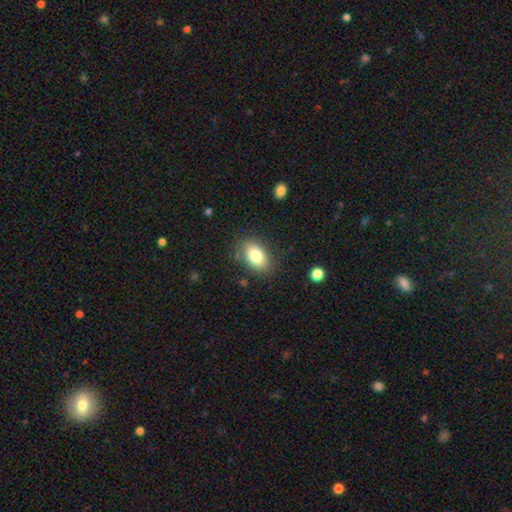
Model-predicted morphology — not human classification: Overall: smooth (80%). How rounded: in between (87%). Merging: none (82%).